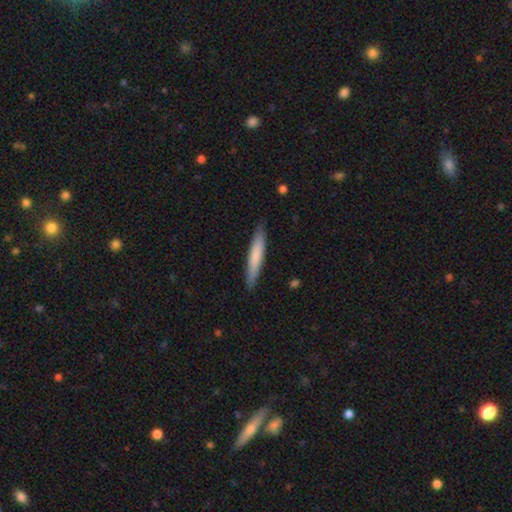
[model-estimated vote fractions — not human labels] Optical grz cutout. It shows a smooth galaxy with no disk features (72%) that is cigar-shaped (93%). Merging: none (89%).